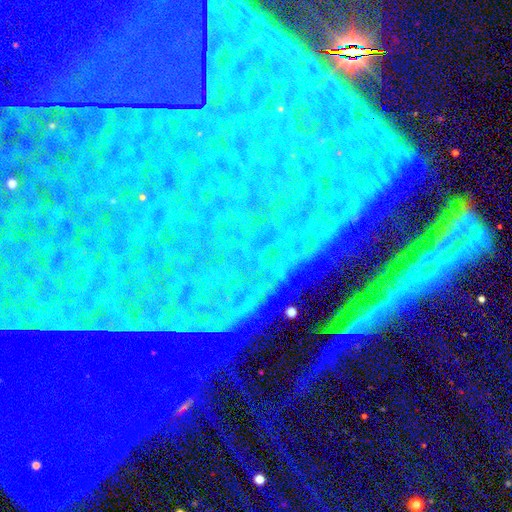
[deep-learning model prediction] smooth-or-featured: star or artifact: 84% | featured or disk: 9% | smooth: 7%